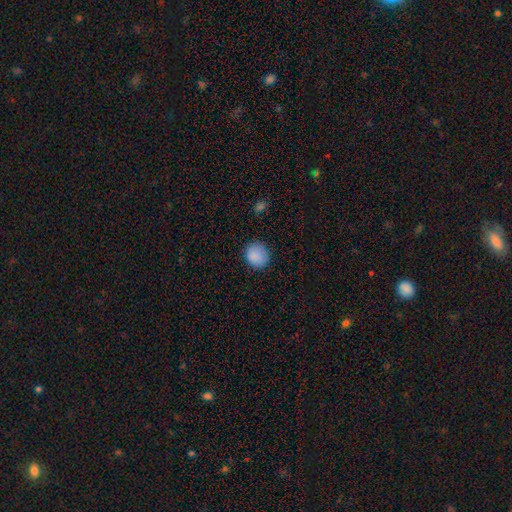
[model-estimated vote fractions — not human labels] Morphology: type=smooth (87%); roundness=round (80%); merging=none (83%).